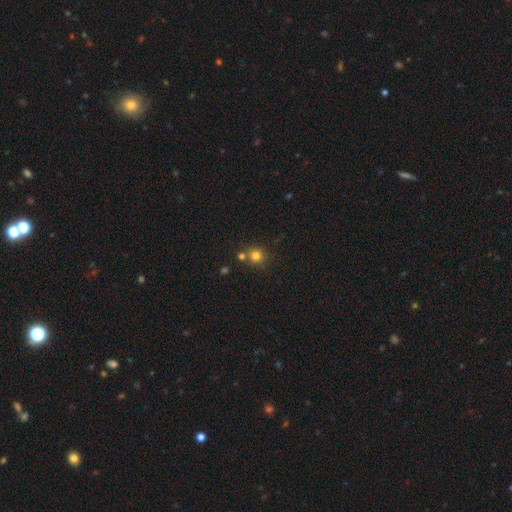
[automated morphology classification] Smooth or featured? smooth (79%)
How rounded? round (91%)
Merging? none (71%)